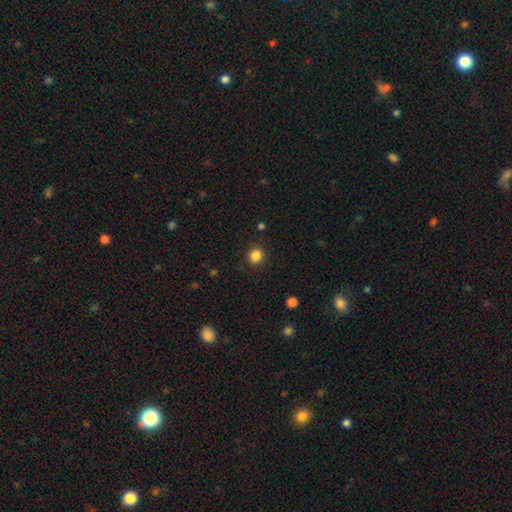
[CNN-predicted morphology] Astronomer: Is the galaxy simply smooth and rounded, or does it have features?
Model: smooth — 85%.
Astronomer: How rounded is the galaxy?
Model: round — 81%.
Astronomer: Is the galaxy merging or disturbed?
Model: none — 89%.